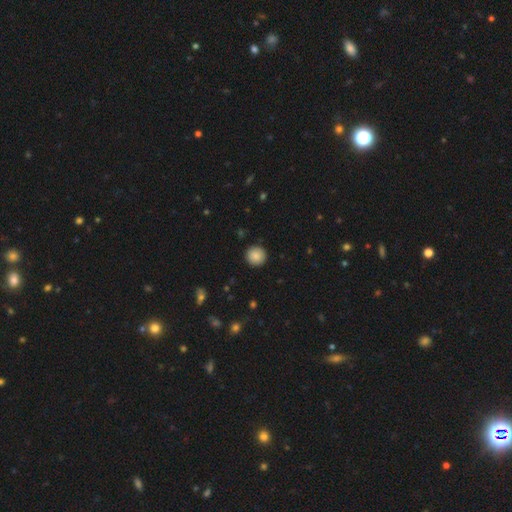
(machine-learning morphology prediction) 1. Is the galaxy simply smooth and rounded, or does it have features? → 88% smooth, 8% star or artifact, 3% featured or disk.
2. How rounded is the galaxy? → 95% round, 4% in between, 1% cigar-shaped.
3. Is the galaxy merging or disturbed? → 92% none, 5% minor disturbance, 2% major disturbance, 1% merger.